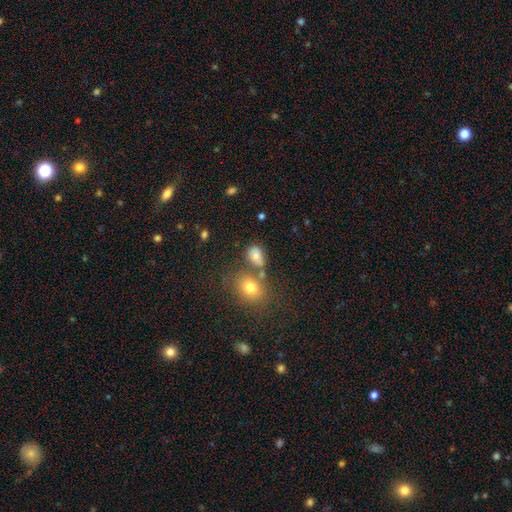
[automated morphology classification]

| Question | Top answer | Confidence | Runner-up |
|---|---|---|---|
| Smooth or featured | smooth | 73% | star or artifact (14%) |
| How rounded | in between | 70% | round (28%) |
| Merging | none | 56% | merger (21%) |